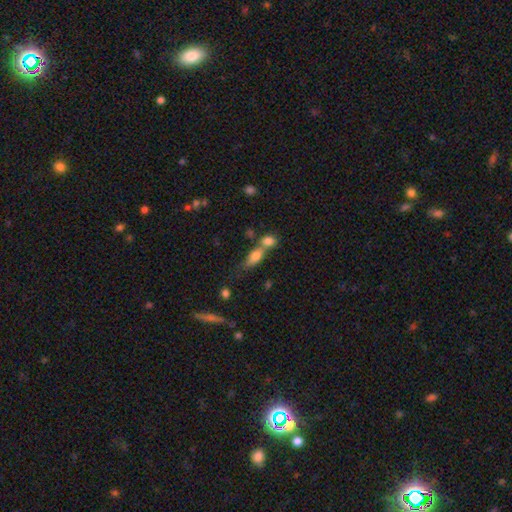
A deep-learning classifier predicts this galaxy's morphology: smooth-or-featured: smooth: 74% | featured or disk: 16% | star or artifact: 10%
  how-rounded: in between: 72% | cigar-shaped: 18% | round: 10%
  merging: merger: 54% | none: 32% | minor disturbance: 10% | major disturbance: 5%